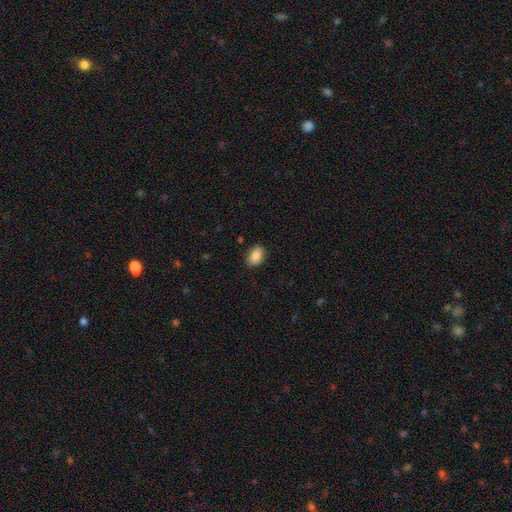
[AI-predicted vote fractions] Overall: smooth (87%). How rounded: in between (83%). Merging: none (85%).